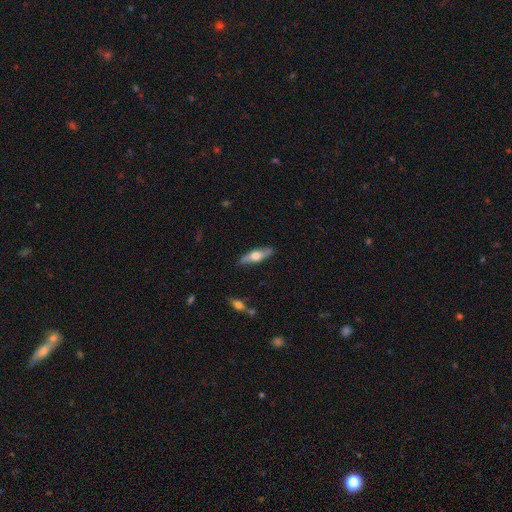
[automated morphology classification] This appears to be a smooth galaxy with no disk features (51%) that is cigar-shaped (59%). Merging: none (86%).